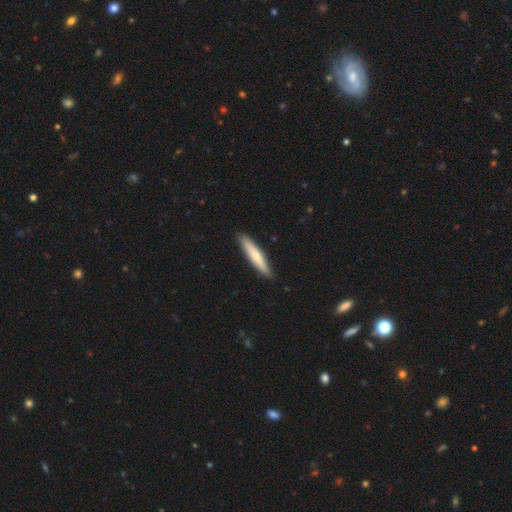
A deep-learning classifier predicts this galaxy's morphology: smooth 69%, featured or disk 26%, star or artifact 5%. Down the decision tree: how rounded — cigar-shaped (90%); merging — none (90%).